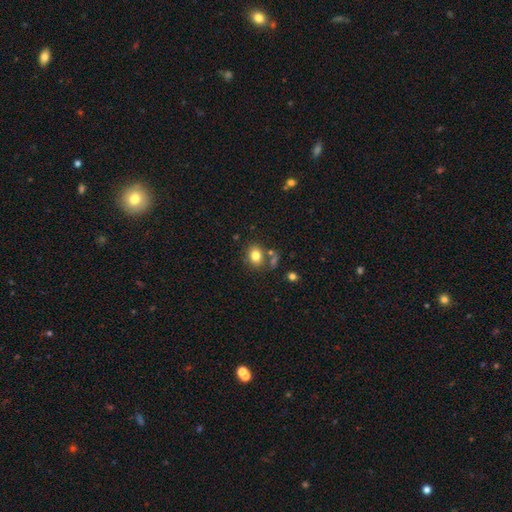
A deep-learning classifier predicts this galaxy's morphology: type=smooth (80%); roundness=round (54%); merging=none (69%).